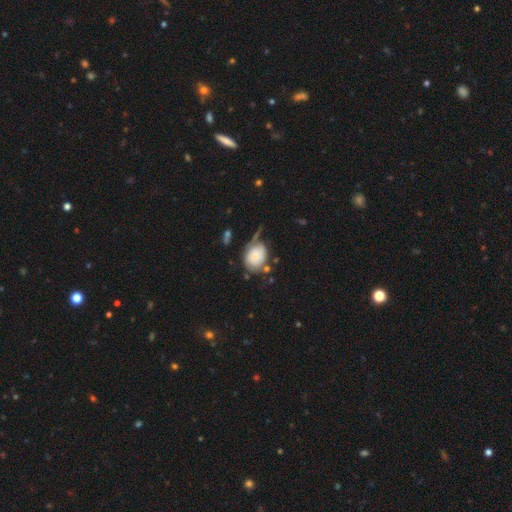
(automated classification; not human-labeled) Smooth or featured? smooth (75%)
How rounded? round (50%)
Merging? none (42%)